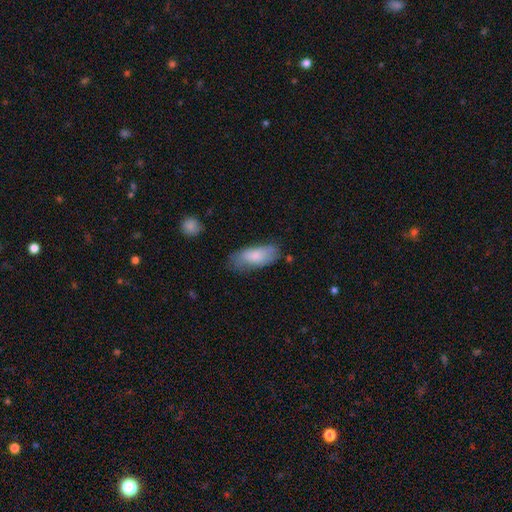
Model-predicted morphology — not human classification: smooth-or-featured: smooth: 78% | featured or disk: 16% | star or artifact: 6%
  how-rounded: in between: 85% | cigar-shaped: 13% | round: 2%
  merging: none: 55% | minor disturbance: 32% | major disturbance: 11% | merger: 3%